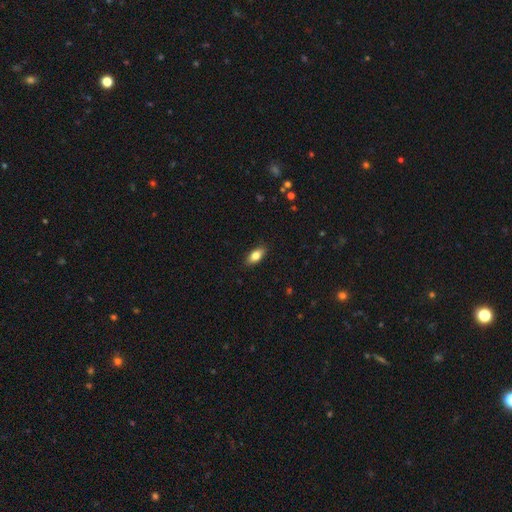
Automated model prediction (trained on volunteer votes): Smooth or featured? Predicted: smooth (p=0.81). How rounded? Predicted: in between (p=0.87). Merging? Predicted: none (p=0.88).